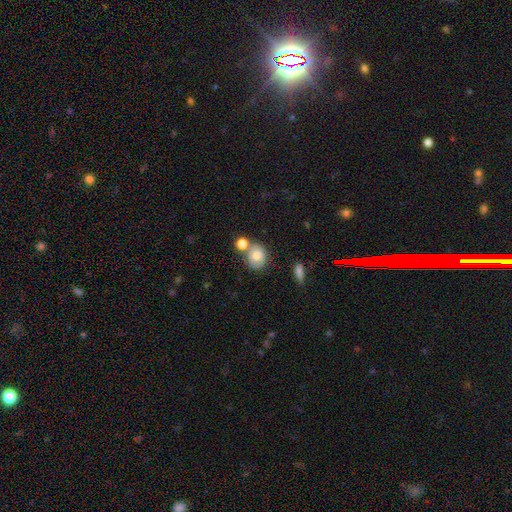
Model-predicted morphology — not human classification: Overall: smooth (73%). How rounded: round (66%; in between 33%). Merging: none (51%; merger 30%).